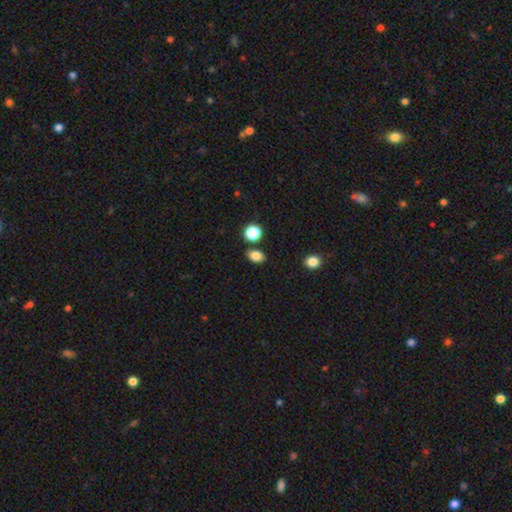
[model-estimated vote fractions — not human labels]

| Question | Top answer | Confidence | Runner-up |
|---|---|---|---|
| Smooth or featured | smooth | 83% | star or artifact (11%) |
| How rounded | in between | 71% | round (27%) |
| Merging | none | 80% | minor disturbance (10%) |